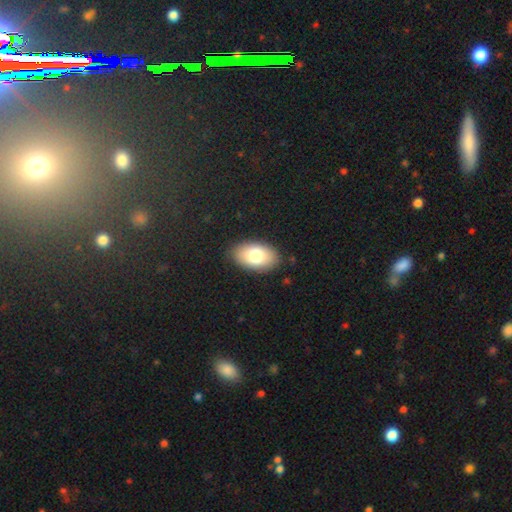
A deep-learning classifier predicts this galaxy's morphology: Q: Smooth or featured?
A: smooth (78%); runner-up: featured or disk (14%)
Q: How rounded?
A: in between (92%); runner-up: round (6%)
Q: Merging?
A: none (87%); runner-up: minor disturbance (9%)